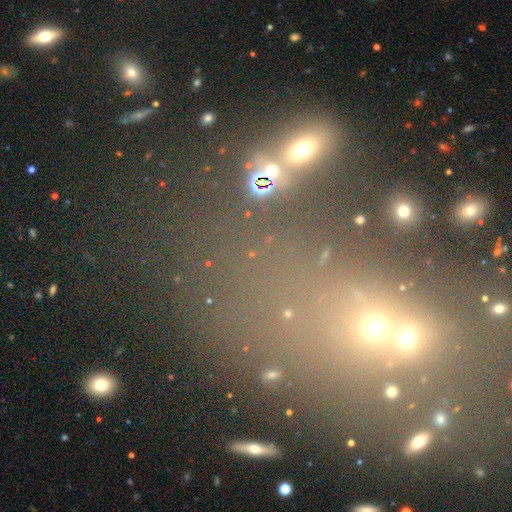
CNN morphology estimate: The model was most divided on "smooth or featured": star or artifact: 46%, smooth: 38%, featured or disk: 16%.